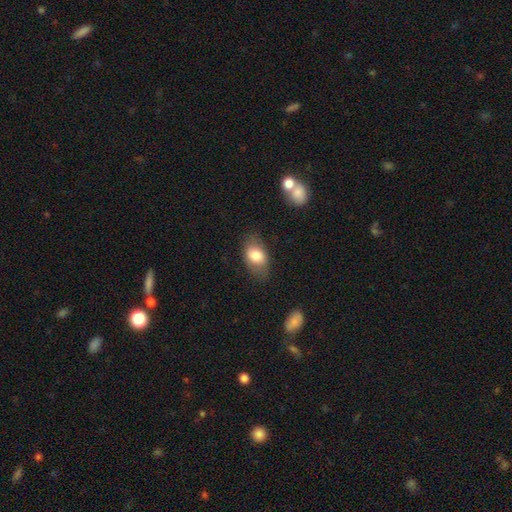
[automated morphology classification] The model was most divided on "merging": none: 73%, minor disturbance: 19%, major disturbance: 6%, merger: 2%. More confident: how rounded — in between (86%); smooth or featured — smooth (78%).